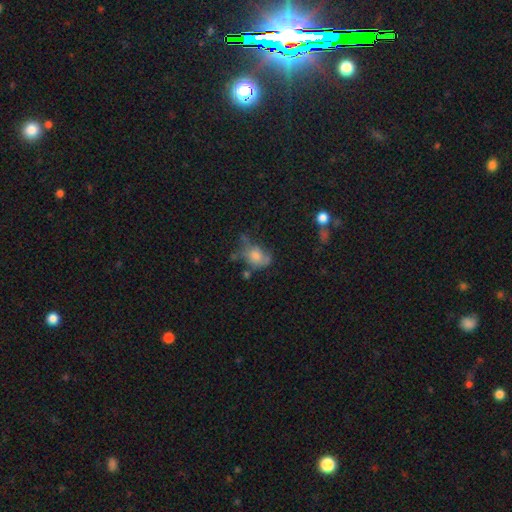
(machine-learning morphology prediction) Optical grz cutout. It shows a smooth galaxy with no disk features (59%) that is in between round and cigar-shaped (60%). Merging: none (36%).